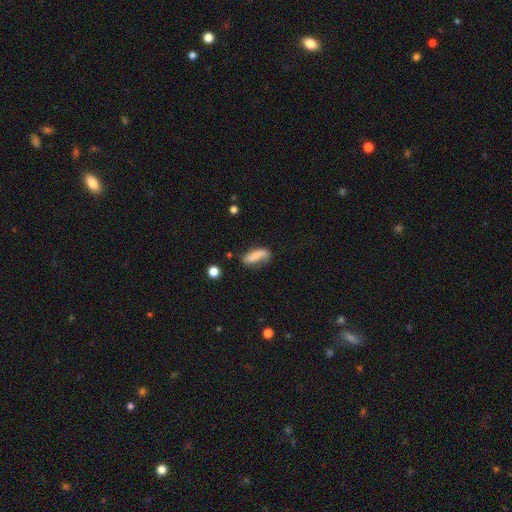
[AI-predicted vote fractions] smooth 55%, featured or disk 37%, star or artifact 8%. Down the decision tree: how rounded — in between (70%); merging — none (55%).